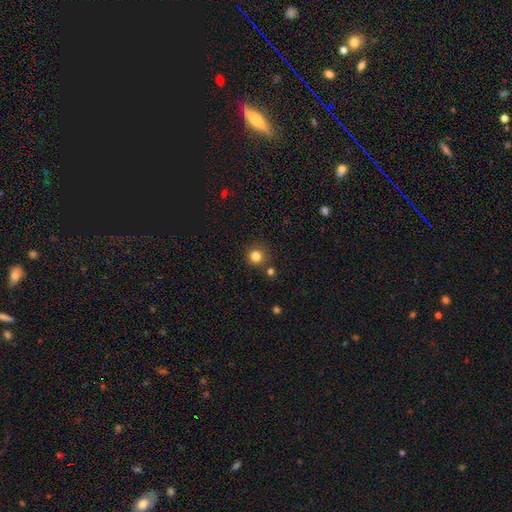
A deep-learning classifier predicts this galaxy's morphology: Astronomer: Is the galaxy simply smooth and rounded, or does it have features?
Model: smooth — 82%.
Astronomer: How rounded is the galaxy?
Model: round — 93%.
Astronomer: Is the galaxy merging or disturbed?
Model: none — 83%.